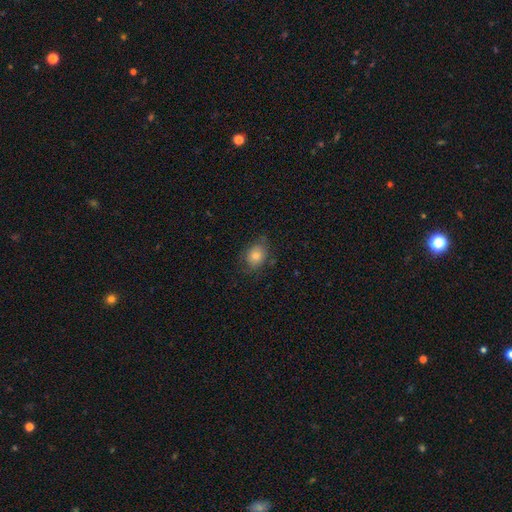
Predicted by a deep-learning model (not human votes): Overall: smooth (75%). How rounded: round (52%; in between 47%). Merging: none (70%).